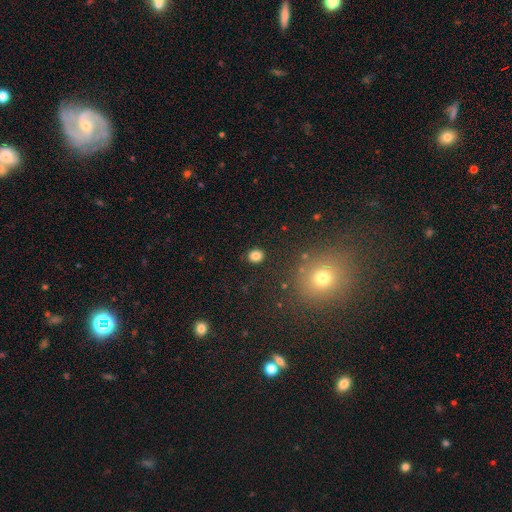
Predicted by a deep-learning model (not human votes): Morphology: type=smooth (83%); roundness=round (70%); merging=none (88%).